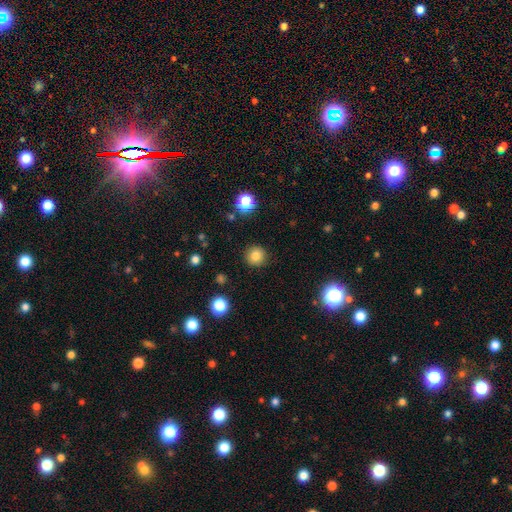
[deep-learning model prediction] Overall: smooth (83%). How rounded: round (93%). Merging: none (90%).